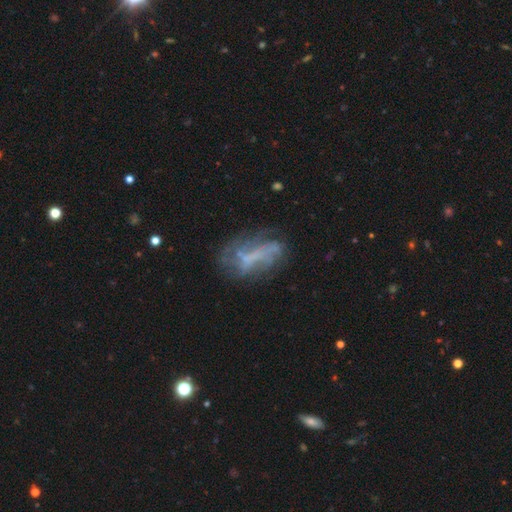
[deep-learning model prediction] This is possibly a featured or disk galaxy (56%). It is clearly not viewed edge-on (88%). Merging: possibly none (52%).